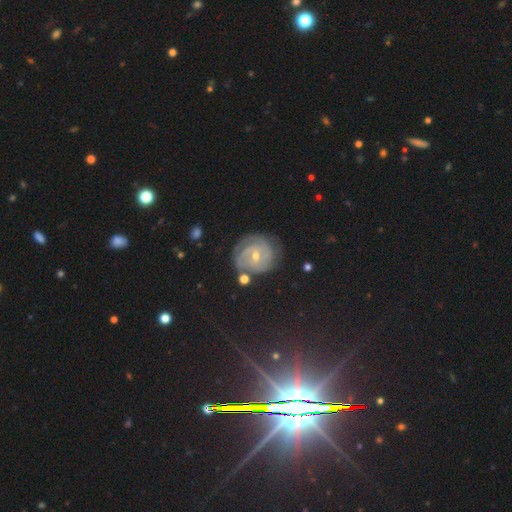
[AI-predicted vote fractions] This is likely a featured or disk galaxy (78%). It is clearly not viewed edge-on (97%). Bar: possibly weak (48%). Spiral arm pattern: clearly yes (92%). Spiral arm count: marginally can't tell (33%). Spiral winding: likely tight (71%). Central bulge: possibly small (52%). Merging: likely none (68%).